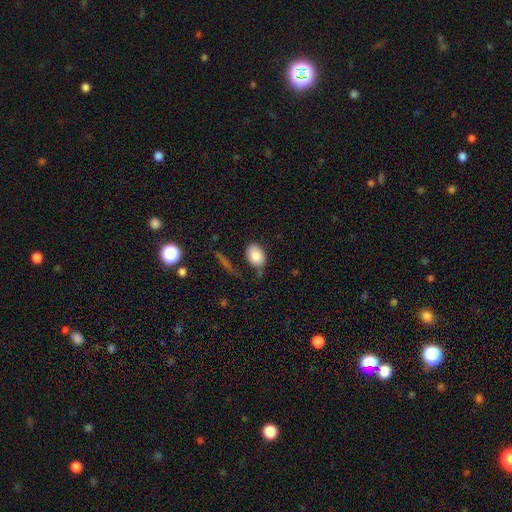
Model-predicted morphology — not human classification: This is clearly a smooth galaxy (82%). How rounded: likely in between (79%). Merging: likely none (65%).